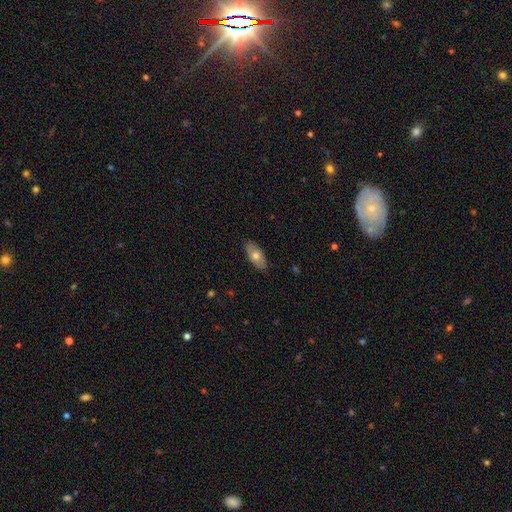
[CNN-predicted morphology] Smooth or featured: smooth — 68% (featured or disk — 26%)
How rounded: in between — 91% (cigar-shaped — 6%)
Merging: none — 86% (minor disturbance — 11%)